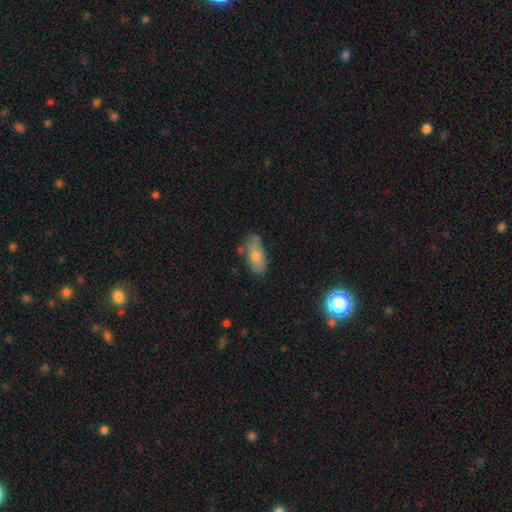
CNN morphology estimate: A smooth galaxy with no disk features (71%) that is in between round and cigar-shaped (81%). Merging: none (70%).